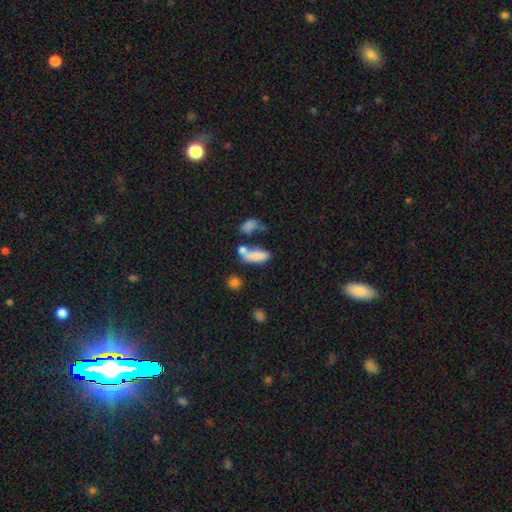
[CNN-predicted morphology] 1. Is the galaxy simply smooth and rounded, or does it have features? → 74% smooth, 15% featured or disk, 10% star or artifact.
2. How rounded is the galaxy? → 73% in between, 22% cigar-shaped, 5% round.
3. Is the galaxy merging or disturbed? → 40% merger, 29% none, 16% minor disturbance, 15% major disturbance.